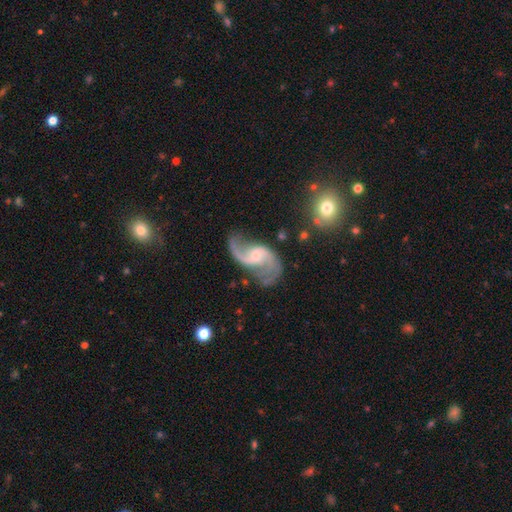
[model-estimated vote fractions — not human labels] featured or disk 91%, star or artifact 4%, smooth 4%. Down the decision tree: edge-on disk — no (98%); bar — no (49%); spiral arms — yes (97%); spiral arm count — 2 (92%); spiral winding — loose (66%); bulge size — small (59%); merging — none (64%).